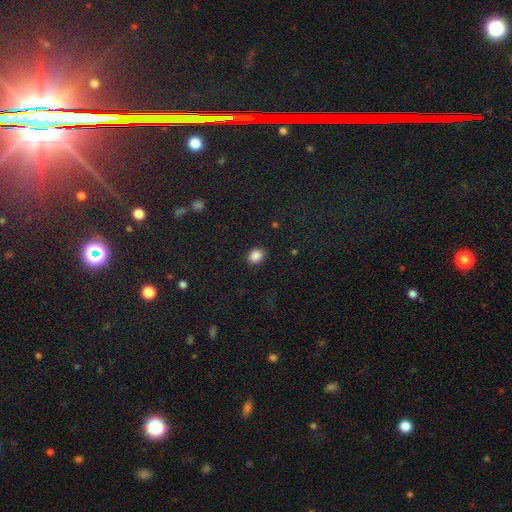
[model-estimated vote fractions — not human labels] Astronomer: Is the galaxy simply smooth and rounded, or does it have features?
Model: smooth — 87%.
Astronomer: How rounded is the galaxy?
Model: round — 50% (runner-up: in between, 49%).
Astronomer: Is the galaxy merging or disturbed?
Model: none — 89%.